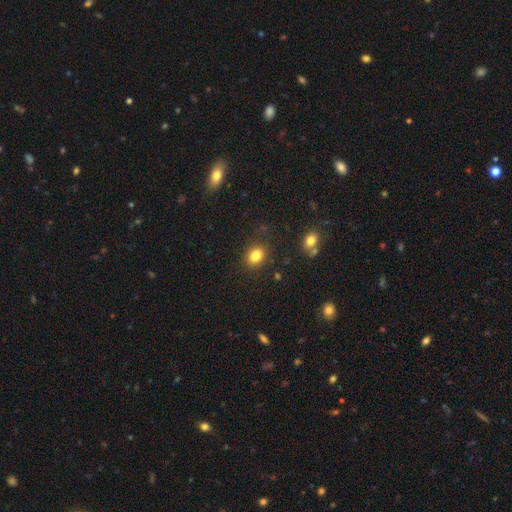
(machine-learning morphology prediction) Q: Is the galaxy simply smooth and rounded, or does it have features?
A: smooth — 83%.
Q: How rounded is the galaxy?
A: in between — 50%.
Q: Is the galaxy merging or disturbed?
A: none — 86%.